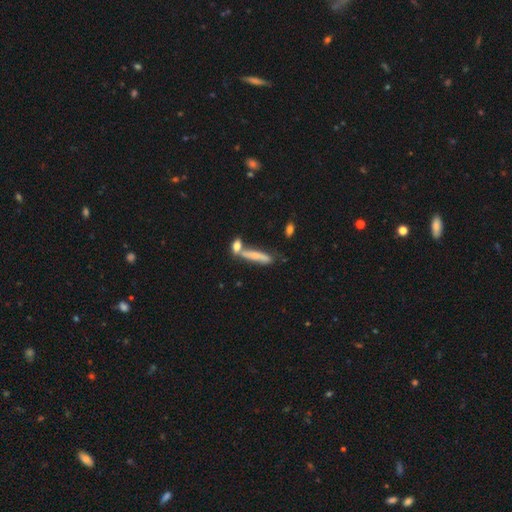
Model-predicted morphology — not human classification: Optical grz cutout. It shows a smooth galaxy with no disk features (57%) that is cigar-shaped (78%). Merging: none (49%).